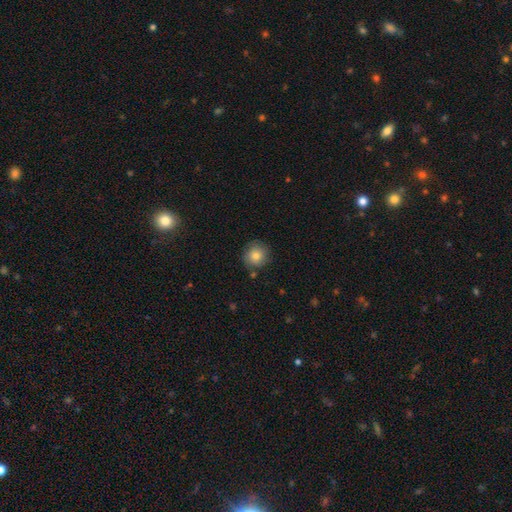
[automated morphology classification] smooth-or-featured: smooth: 81% | featured or disk: 10% | star or artifact: 8%
  how-rounded: round: 93% | in between: 6% | cigar-shaped: 1%
  merging: none: 82% | minor disturbance: 12% | merger: 3% | major disturbance: 3%